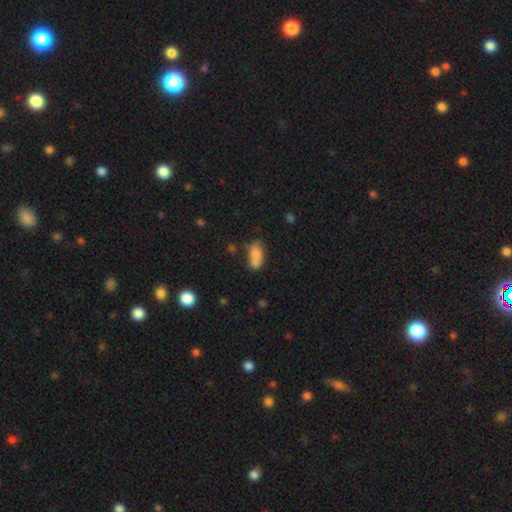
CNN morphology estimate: The model was most divided on "merging": none: 48%, minor disturbance: 27%, merger: 16%, major disturbance: 9%. More confident: how rounded — in between (86%); smooth or featured — smooth (79%).